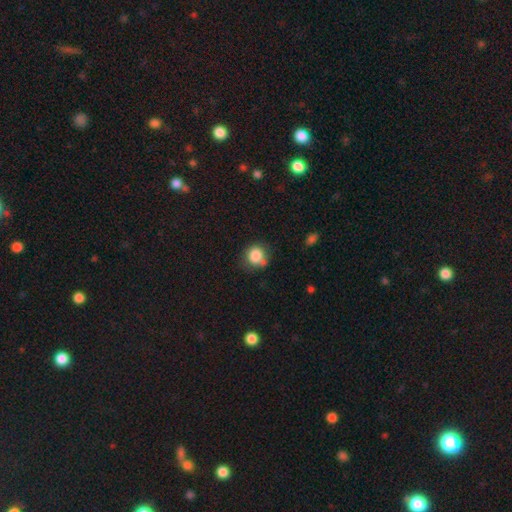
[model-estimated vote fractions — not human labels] A smooth galaxy with no disk features (83%) that is round (84%).

Vote fractions:
- Smooth or featured? smooth: 83% / star or artifact: 10% / featured or disk: 7%
- How rounded? round: 84% / in between: 15% / cigar-shaped: 1%
- Merging? none: 60% / minor disturbance: 22% / merger: 11% / major disturbance: 7%